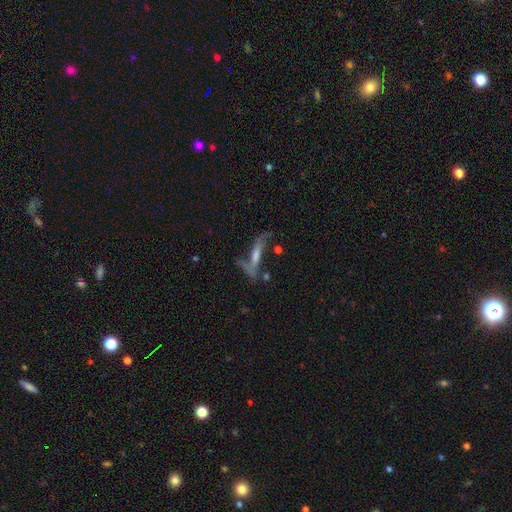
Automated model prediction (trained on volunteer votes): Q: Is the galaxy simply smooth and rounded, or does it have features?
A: featured or disk — 64%.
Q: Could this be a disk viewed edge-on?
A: no — 57%.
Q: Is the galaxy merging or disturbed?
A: none — 44%.